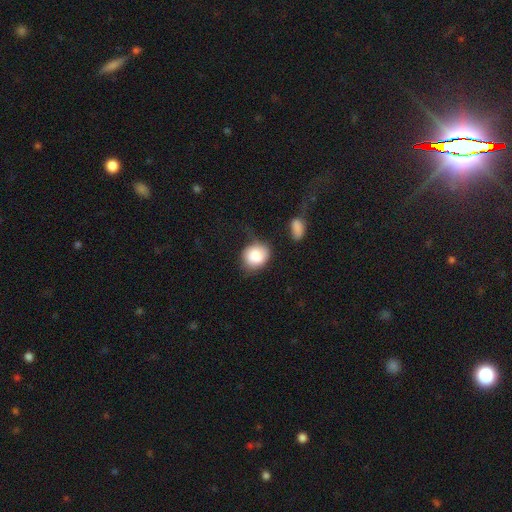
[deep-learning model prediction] Smooth or featured: smooth — 81% (featured or disk — 12%)
How rounded: round — 66% (in between — 33%)
Merging: none — 48% (minor disturbance — 31%)